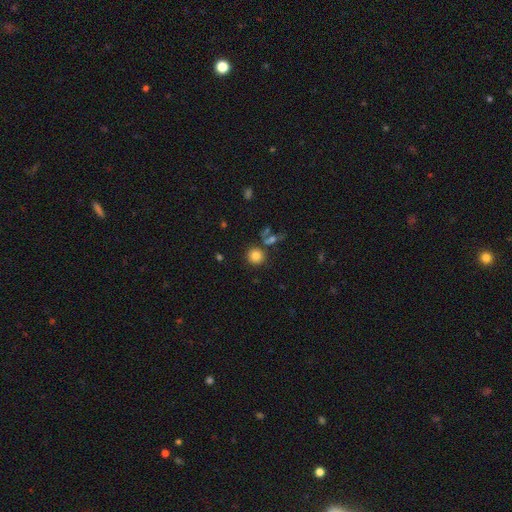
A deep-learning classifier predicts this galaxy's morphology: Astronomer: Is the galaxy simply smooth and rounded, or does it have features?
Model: smooth — 81%.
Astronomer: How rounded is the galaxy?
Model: round — 91%.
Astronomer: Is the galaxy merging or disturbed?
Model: none — 79%.